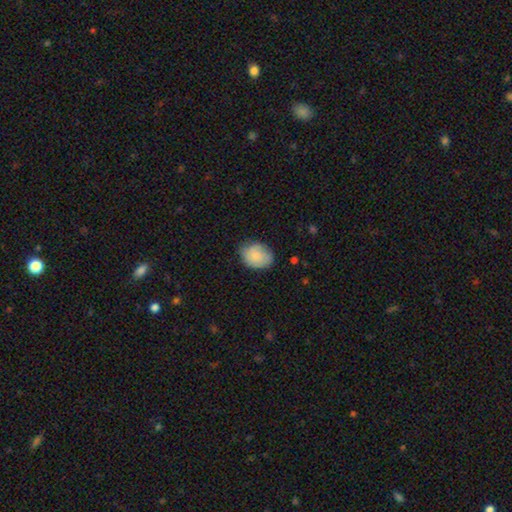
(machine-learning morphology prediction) This appears to be a smooth galaxy with no disk features (79%) that is in between round and cigar-shaped (63%). Merging: none (67%).